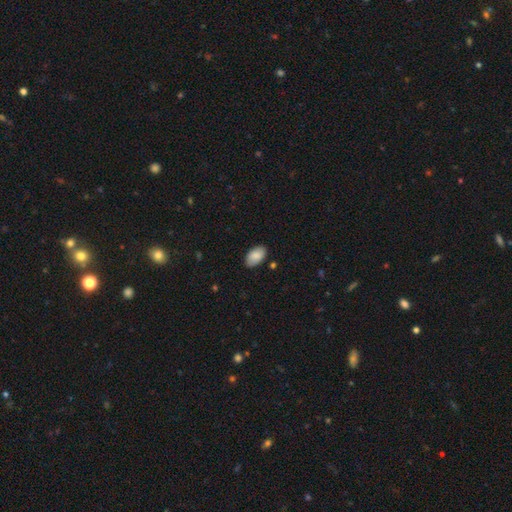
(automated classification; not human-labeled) Smooth or featured?
  - smooth: 87% *
  - featured or disk: 6%
  - star or artifact: 6%
How rounded?
  - in between: 95% *
  - round: 4%
  - cigar-shaped: 1%
Merging?
  - none: 83% *
  - minor disturbance: 14%
  - major disturbance: 2%
  - merger: 1%